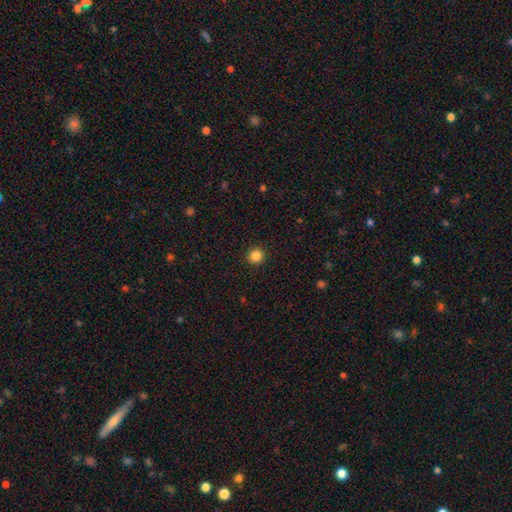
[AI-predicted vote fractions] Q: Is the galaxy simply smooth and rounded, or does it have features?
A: smooth — 85%.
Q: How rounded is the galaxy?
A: round — 95%.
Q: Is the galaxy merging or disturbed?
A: none — 93%.